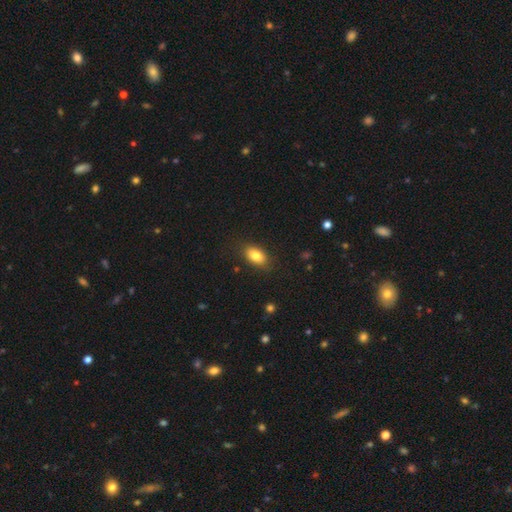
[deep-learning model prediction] smooth-or-featured: smooth: 82% | featured or disk: 11% | star or artifact: 8%
  how-rounded: in between: 89% | round: 8% | cigar-shaped: 3%
  merging: none: 84% | minor disturbance: 12% | major disturbance: 3% | merger: 1%